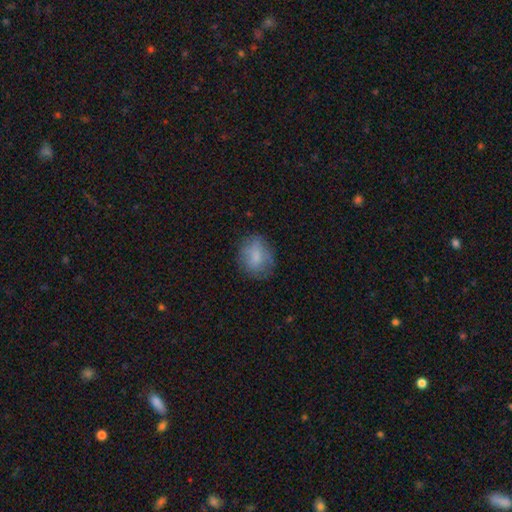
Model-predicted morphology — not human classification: This appears to be a smooth galaxy with no disk features (76%) that is round (54%). Merging: none (73%).